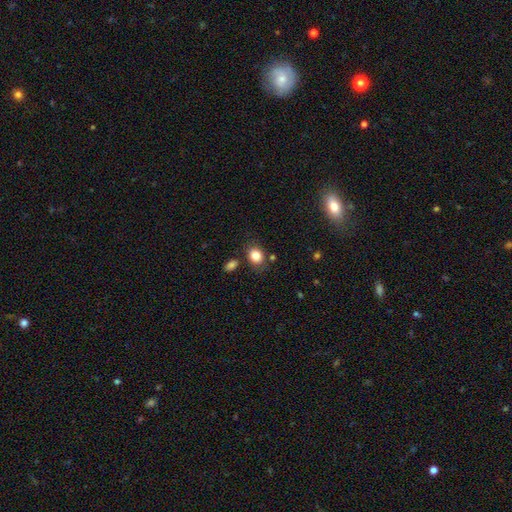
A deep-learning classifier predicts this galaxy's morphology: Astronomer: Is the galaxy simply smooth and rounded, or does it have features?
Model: smooth — 83%.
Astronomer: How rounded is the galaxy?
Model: round — 55% (runner-up: in between, 44%).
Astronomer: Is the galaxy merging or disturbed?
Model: none — 76%.